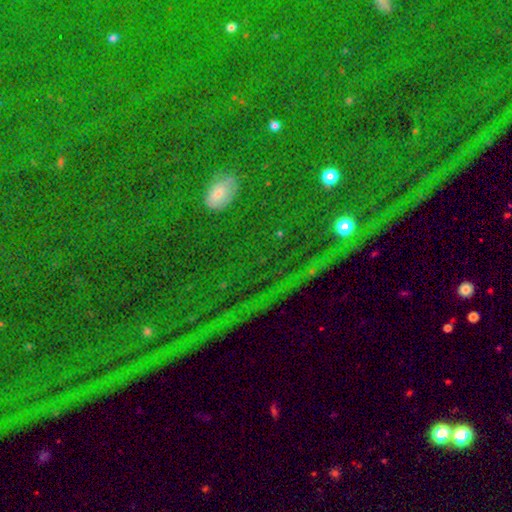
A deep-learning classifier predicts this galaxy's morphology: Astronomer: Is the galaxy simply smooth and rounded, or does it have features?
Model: star or artifact — 68%.